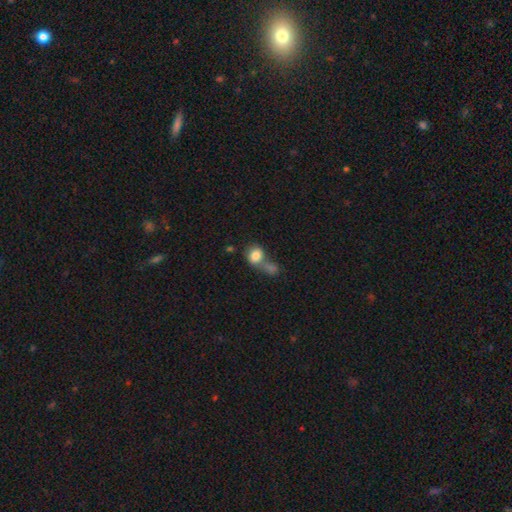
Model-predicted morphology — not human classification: This is clearly a smooth galaxy (81%). How rounded: possibly round (59%). Merging: possibly merger (54%).